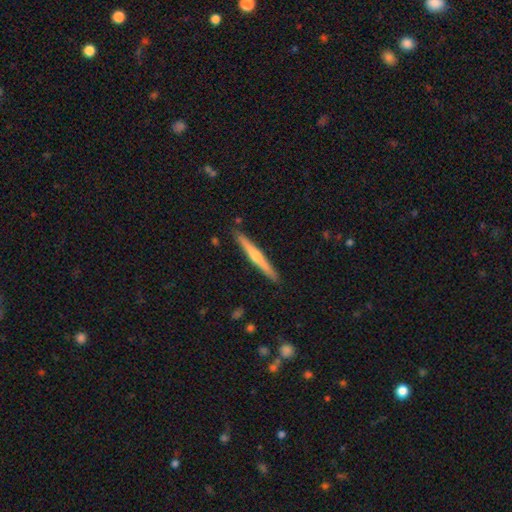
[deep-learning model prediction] This appears to be a featured or disk galaxy (64%) viewed edge-on (98%) with a rounded central bulge (80%). Merging: none (91%).